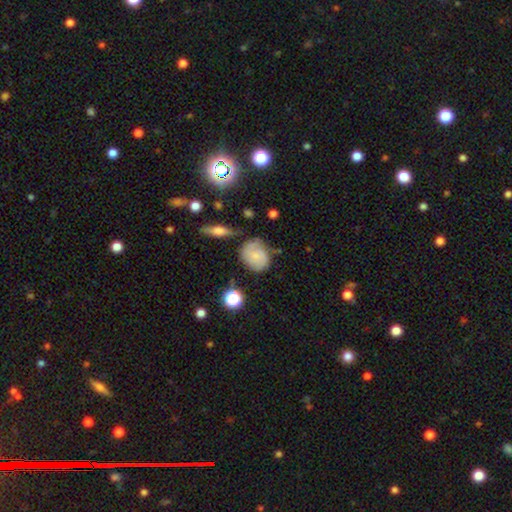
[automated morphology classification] A smooth galaxy with no disk features (61%) that is round (62%).

Vote fractions:
- Smooth or featured? smooth: 61% / featured or disk: 30% / star or artifact: 9%
- How rounded? round: 62% / in between: 37% / cigar-shaped: 1%
- Merging? none: 59% / minor disturbance: 27% / major disturbance: 9% / merger: 5%